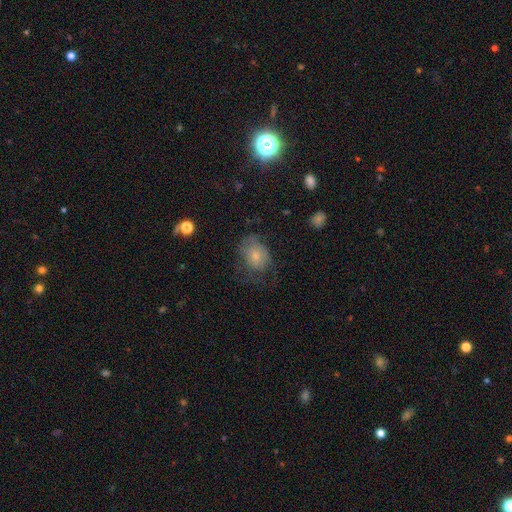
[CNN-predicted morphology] A smooth galaxy with no disk features (67%) that is in between round and cigar-shaped (63%).

Vote fractions:
- Smooth or featured? smooth: 67% / featured or disk: 24% / star or artifact: 9%
- How rounded? in between: 63% / round: 36% / cigar-shaped: 1%
- Merging? none: 43% / minor disturbance: 29% / major disturbance: 26% / merger: 2%